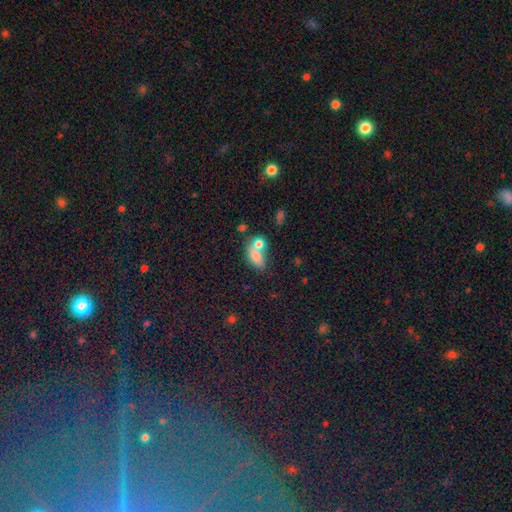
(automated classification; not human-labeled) A smooth galaxy with no disk features (75%) that is in between round and cigar-shaped (80%). Merging: merger (47%).